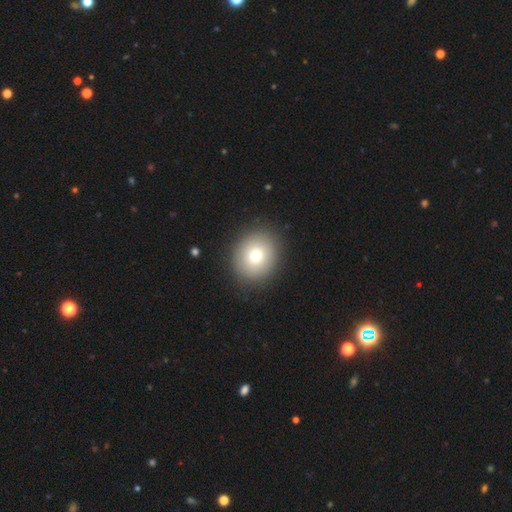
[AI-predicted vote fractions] A smooth galaxy with no disk features (75%) that is round (78%). Merging: none (90%).